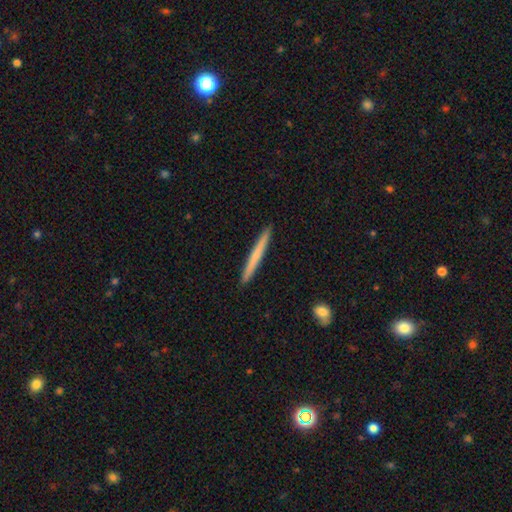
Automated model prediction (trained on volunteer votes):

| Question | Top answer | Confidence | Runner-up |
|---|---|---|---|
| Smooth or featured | smooth | 61% | featured or disk (34%) |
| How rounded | cigar-shaped | 97% | in between (2%) |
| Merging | none | 93% | minor disturbance (4%) |